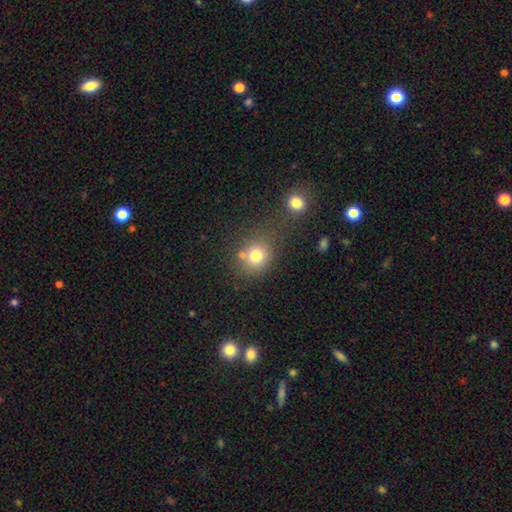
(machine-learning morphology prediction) Overall: smooth (76%). How rounded: round (78%). Merging: none (62%).